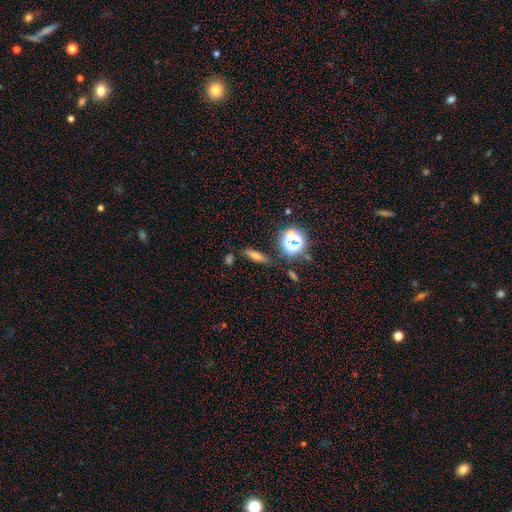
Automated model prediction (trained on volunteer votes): Q: Smooth or featured?
A: smooth (54%); runner-up: star or artifact (24%)
Q: How rounded?
A: cigar-shaped (55%); runner-up: in between (35%)
Q: Merging?
A: none (82%); runner-up: minor disturbance (11%)